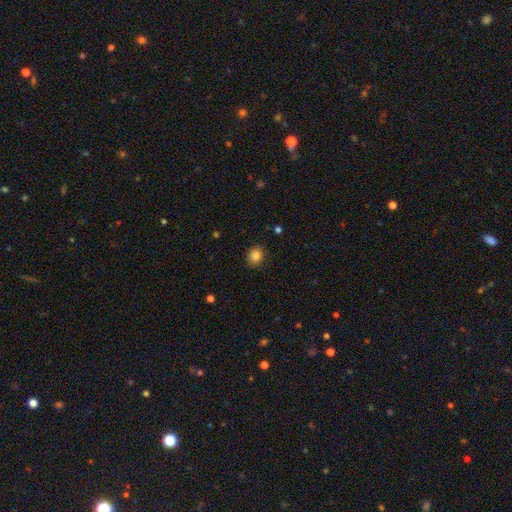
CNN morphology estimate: smooth-or-featured: smooth: 84% | star or artifact: 11% | featured or disk: 5%
  how-rounded: round: 74% | in between: 25% | cigar-shaped: 1%
  merging: none: 88% | minor disturbance: 9% | major disturbance: 2% | merger: 1%